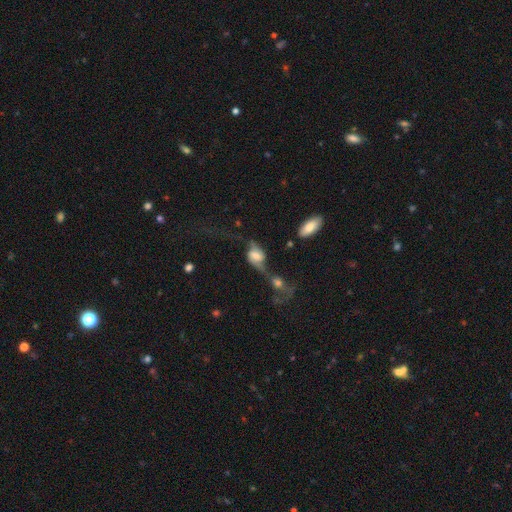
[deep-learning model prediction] smooth_or_featured: featured or disk (p=0.60) [alt: smooth p=0.31]
disk_edge_on: no (p=0.91) [alt: yes p=0.09]
bar: no (p=0.45) [alt: weak p=0.39]
has_spiral_arms: yes (p=0.80) [alt: no p=0.20]
bulge_size: large (p=0.29) [alt: moderate p=0.27]
merging: merger (p=0.44) [alt: major disturbance p=0.25]